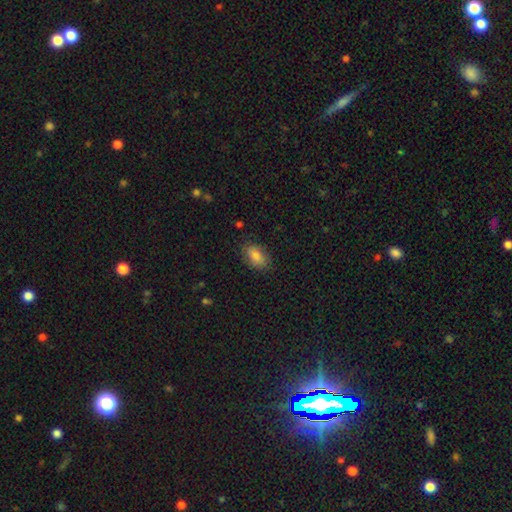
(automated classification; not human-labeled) smooth_or_featured: smooth (p=0.85) [alt: star or artifact p=0.08]
how_rounded: in between (p=0.90) [alt: round p=0.06]
merging: none (p=0.83) [alt: minor disturbance p=0.13]